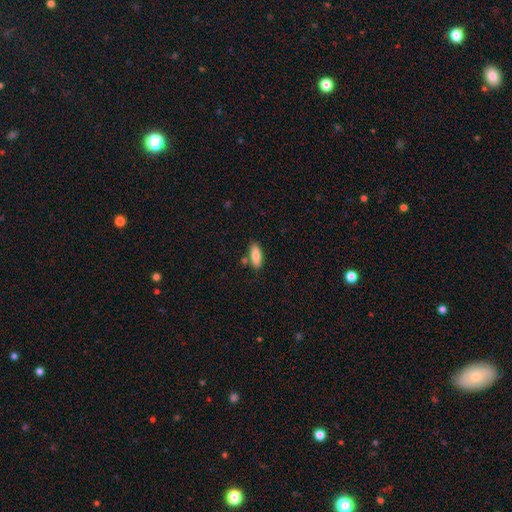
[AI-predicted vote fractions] Smooth or featured?
  - smooth: 82% *
  - featured or disk: 12%
  - star or artifact: 6%
How rounded?
  - in between: 77% *
  - cigar-shaped: 20%
  - round: 2%
Merging?
  - none: 78% *
  - minor disturbance: 12%
  - merger: 8%
  - major disturbance: 2%